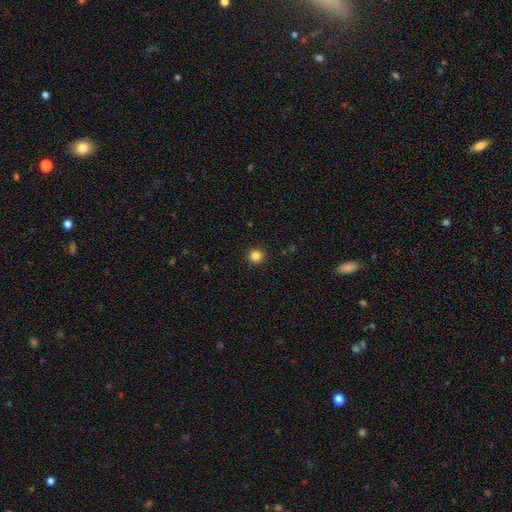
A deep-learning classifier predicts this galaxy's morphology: Smooth or featured?
  - smooth: 85% *
  - star or artifact: 12%
  - featured or disk: 4%
How rounded?
  - round: 94% *
  - in between: 5%
  - cigar-shaped: 1%
Merging?
  - none: 93% *
  - minor disturbance: 5%
  - major disturbance: 2%
  - merger: 1%